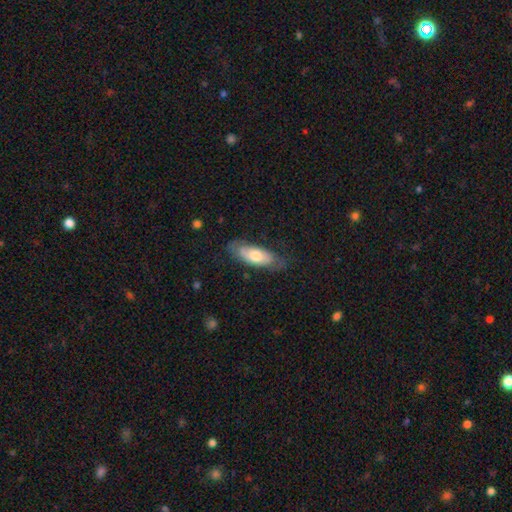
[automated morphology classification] smooth-or-featured: smooth: 59% | featured or disk: 36% | star or artifact: 6%
  how-rounded: in between: 76% | cigar-shaped: 21% | round: 2%
  merging: none: 67% | minor disturbance: 24% | major disturbance: 8% | merger: 1%